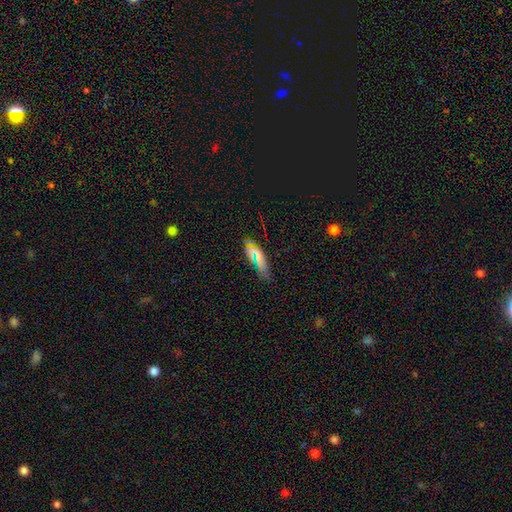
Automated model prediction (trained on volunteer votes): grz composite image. It shows a smooth galaxy with no disk features (63%) that is in between round and cigar-shaped (68%). Merging: none (73%).